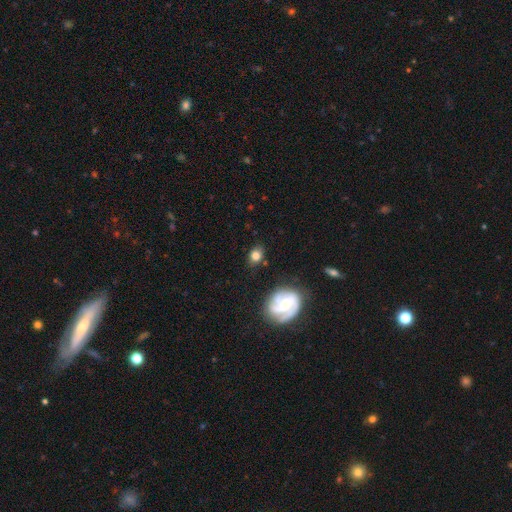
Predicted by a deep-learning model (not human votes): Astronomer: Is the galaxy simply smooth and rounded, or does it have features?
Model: smooth — 70%.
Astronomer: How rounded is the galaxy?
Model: in between — 54% (runner-up: round, 44%).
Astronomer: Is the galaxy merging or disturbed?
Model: none — 76%.